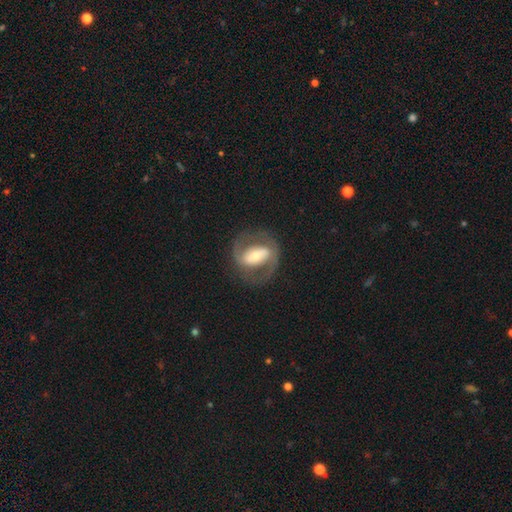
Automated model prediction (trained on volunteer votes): Smooth or featured?
  - featured or disk: 76% *
  - smooth: 19%
  - star or artifact: 5%
Edge-on disk?
  - no: 95% *
  - yes: 5%
Bar?
  - strong: 52% *
  - weak: 28%
  - no: 20%
Spiral arms?
  - yes: 78% *
  - no: 22%
Spiral winding?
  - medium: 51% *
  - tight: 30%
  - loose: 20%
Spiral arm count?
  - 2: 87% *
  - can't tell: 6%
  - 1: 3%
  - 3: 1%
  - 4: 1%
  - more than 4: 1%
Bulge size?
  - moderate: 49% *
  - small: 30%
  - large: 16%
  - dominant: 3%
  - none: 2%
Merging?
  - none: 75% *
  - minor disturbance: 13%
  - major disturbance: 11%
  - merger: 1%